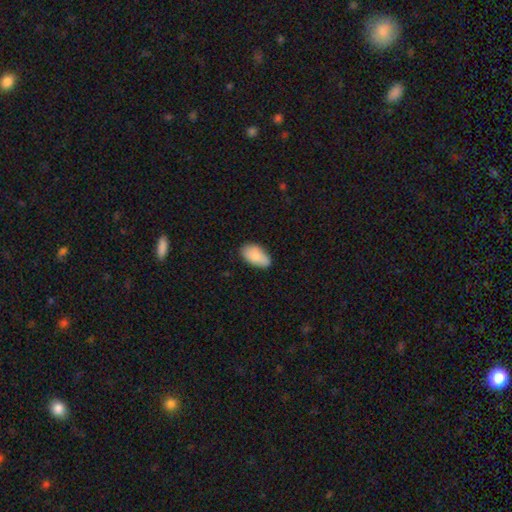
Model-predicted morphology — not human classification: smooth-or-featured: smooth: 87% | featured or disk: 7% | star or artifact: 7%
  how-rounded: in between: 94% | round: 3% | cigar-shaped: 3%
  merging: none: 72% | minor disturbance: 22% | major disturbance: 4% | merger: 2%